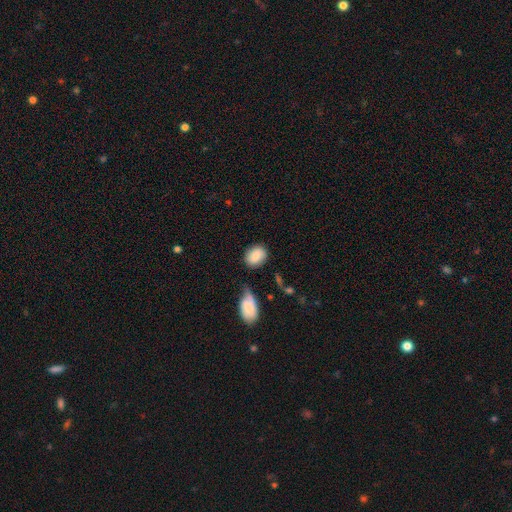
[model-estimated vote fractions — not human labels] Smooth or featured? smooth (85%)
How rounded? in between (60%)
Merging? none (70%)